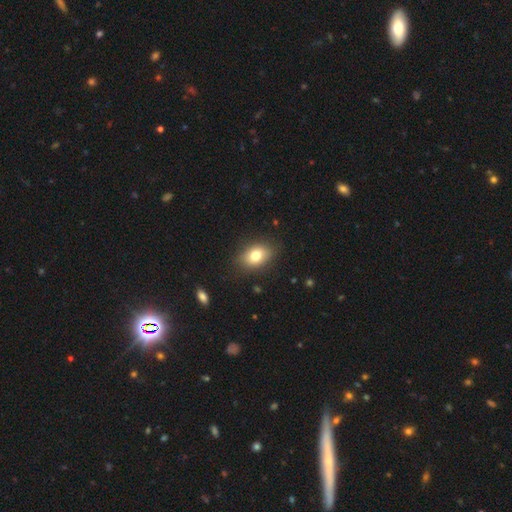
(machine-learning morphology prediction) Smooth or featured? Predicted: smooth (p=0.78). How rounded? Predicted: in between (p=0.79). Merging? Predicted: none (p=0.84).